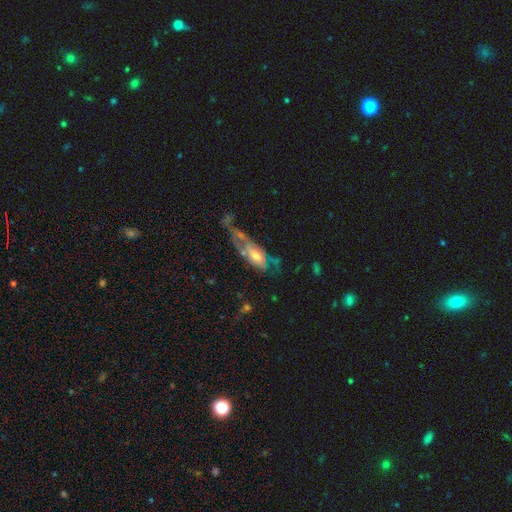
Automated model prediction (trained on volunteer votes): Morphology: type=featured or disk (63%); edge-on=no (79%); bar=no (69%); spiral arms=yes (57%); bulge=moderate (55%); merging=major disturbance (38%).